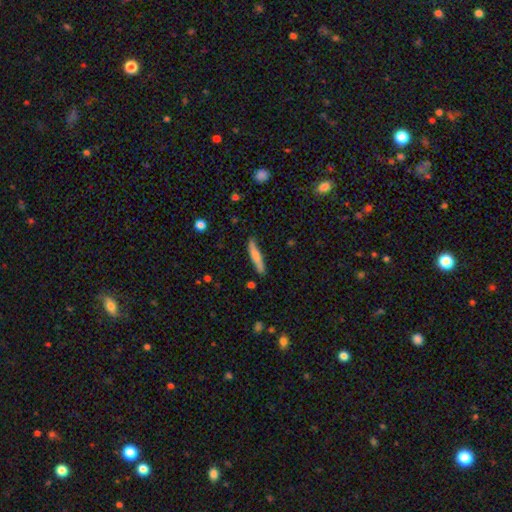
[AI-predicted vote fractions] Smooth or featured? Predicted: smooth (p=0.70). How rounded? Predicted: cigar-shaped (p=0.91). Merging? Predicted: none (p=0.82).